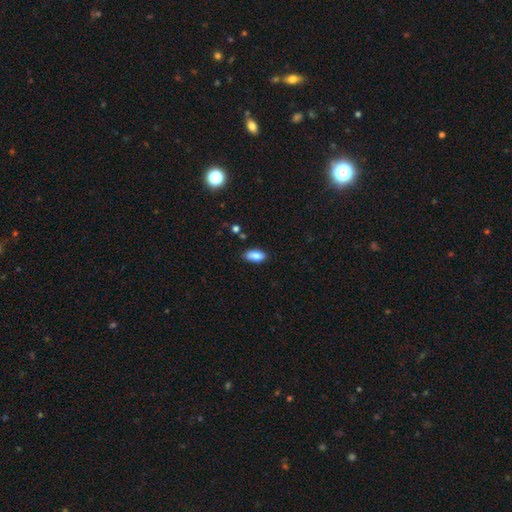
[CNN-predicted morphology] Smooth or featured?
  - smooth: 85% *
  - star or artifact: 8%
  - featured or disk: 7%
How rounded?
  - in between: 90% *
  - cigar-shaped: 7%
  - round: 3%
Merging?
  - none: 81% *
  - minor disturbance: 15%
  - major disturbance: 2%
  - merger: 2%